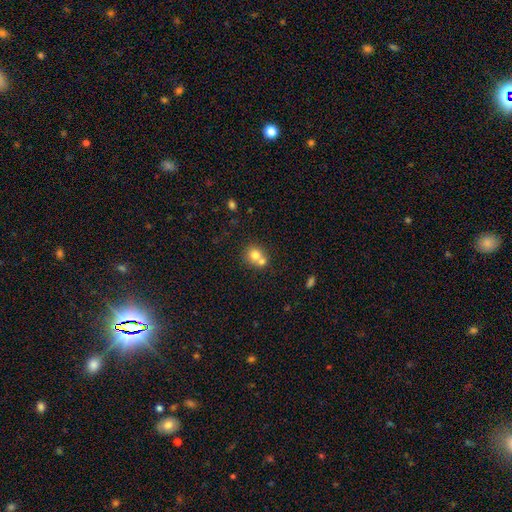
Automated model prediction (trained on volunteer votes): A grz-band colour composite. It shows a smooth galaxy with no disk features (74%) that is round (81%). Merging: merger (54%).